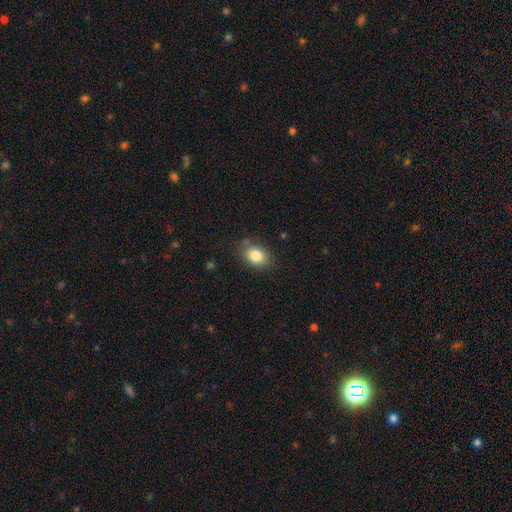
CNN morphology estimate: type=smooth (84%); roundness=in between (69%); merging=none (77%).